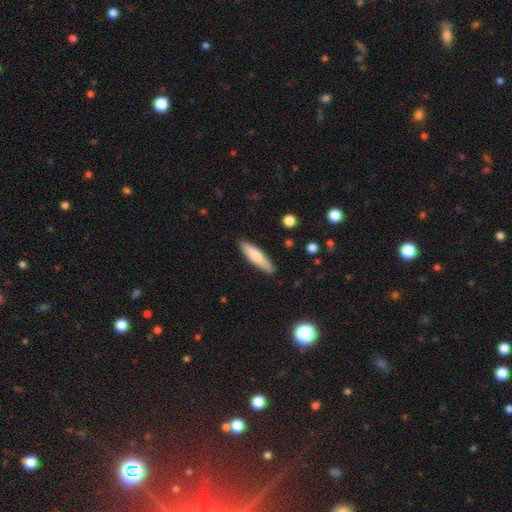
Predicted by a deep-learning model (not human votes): Smooth or featured?
  - smooth: 74% *
  - featured or disk: 20%
  - star or artifact: 5%
How rounded?
  - cigar-shaped: 73% *
  - in between: 25%
  - round: 1%
Merging?
  - none: 87% *
  - minor disturbance: 10%
  - major disturbance: 2%
  - merger: 1%